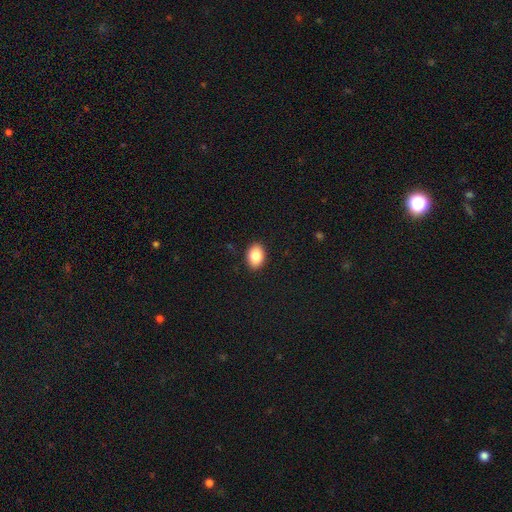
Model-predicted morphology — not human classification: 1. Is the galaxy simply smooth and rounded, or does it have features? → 87% smooth, 8% star or artifact, 6% featured or disk.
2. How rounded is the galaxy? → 81% in between, 18% round, 1% cigar-shaped.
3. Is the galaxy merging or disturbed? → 90% none, 7% minor disturbance, 2% major disturbance, 1% merger.